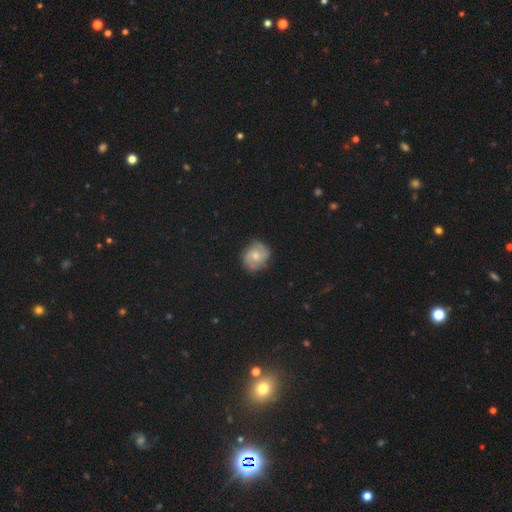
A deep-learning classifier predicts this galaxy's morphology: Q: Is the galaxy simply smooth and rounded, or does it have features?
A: featured or disk — 55%.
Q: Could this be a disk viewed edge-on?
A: no — 98%.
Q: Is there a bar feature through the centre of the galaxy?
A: no — 75%.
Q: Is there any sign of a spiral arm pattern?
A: yes — 85%.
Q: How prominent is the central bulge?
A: moderate — 49%.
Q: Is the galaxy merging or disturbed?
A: none — 77%.